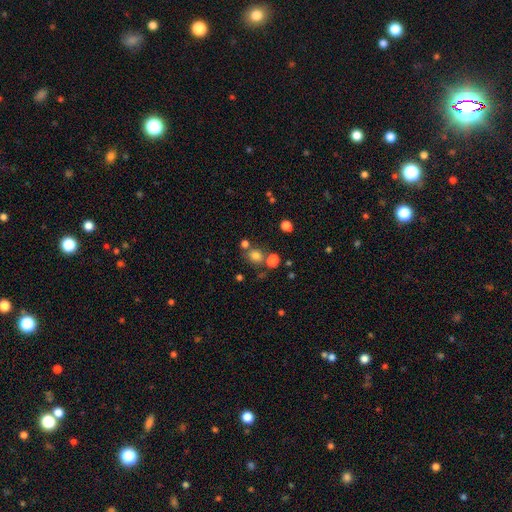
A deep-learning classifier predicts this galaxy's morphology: Smooth or featured? smooth (74%)
How rounded? round (75%)
Merging? none (65%)